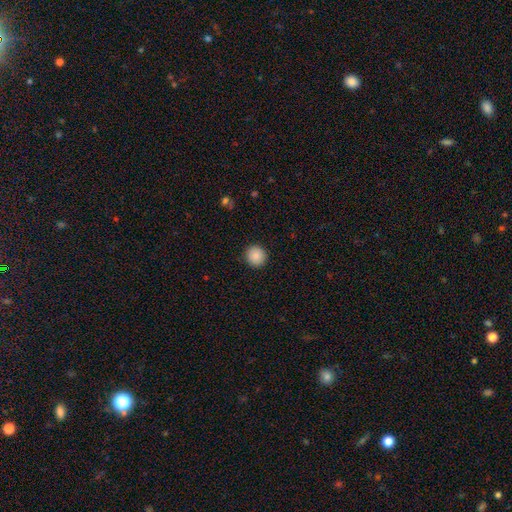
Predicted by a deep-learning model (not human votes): Q: Smooth or featured?
A: smooth (87%); runner-up: star or artifact (9%)
Q: How rounded?
A: round (93%); runner-up: in between (6%)
Q: Merging?
A: none (92%); runner-up: minor disturbance (5%)